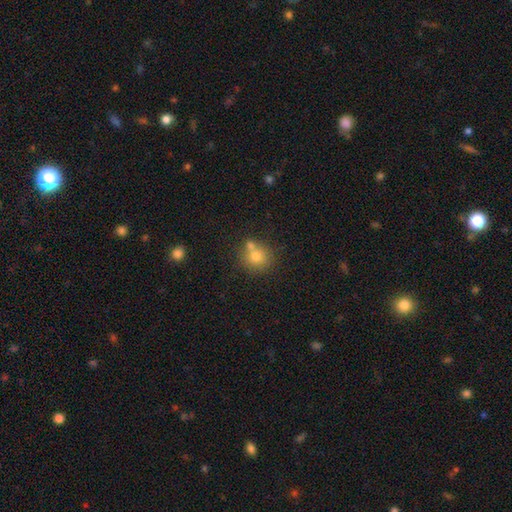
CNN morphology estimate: This is likely a smooth galaxy (74%). How rounded: clearly round (85%). Merging: possibly none (58%).